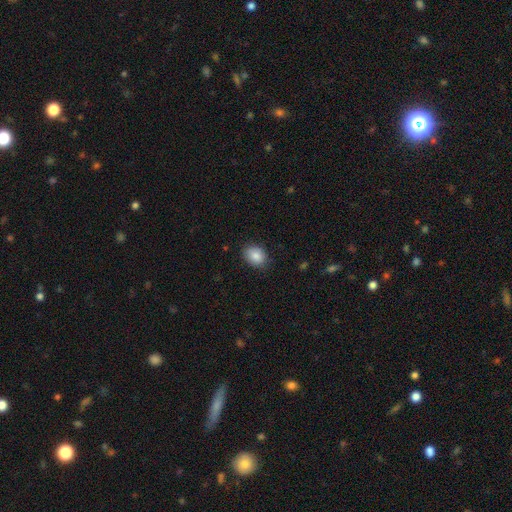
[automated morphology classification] Smooth or featured? smooth (86%)
How rounded? in between (58%)
Merging? none (84%)